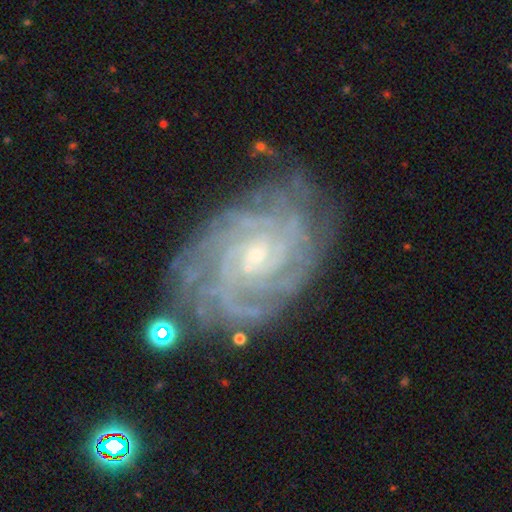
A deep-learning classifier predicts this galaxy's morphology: type=featured or disk (89%); edge-on=no (97%); bar=no (62%); spiral arms=yes (98%); winding=tight (77%); arm count=can't tell (27%); bulge=small (76%); merging=none (76%).